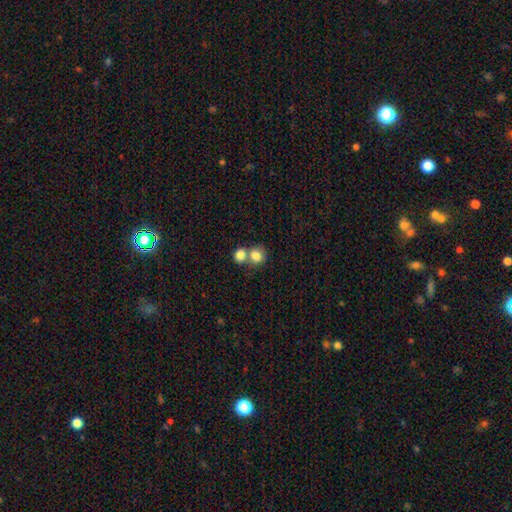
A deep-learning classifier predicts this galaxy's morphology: smooth_or_featured: smooth (p=0.81) [alt: featured or disk p=0.09]
how_rounded: round (p=0.78) [alt: in between p=0.21]
merging: merger (p=0.52) [alt: none p=0.38]